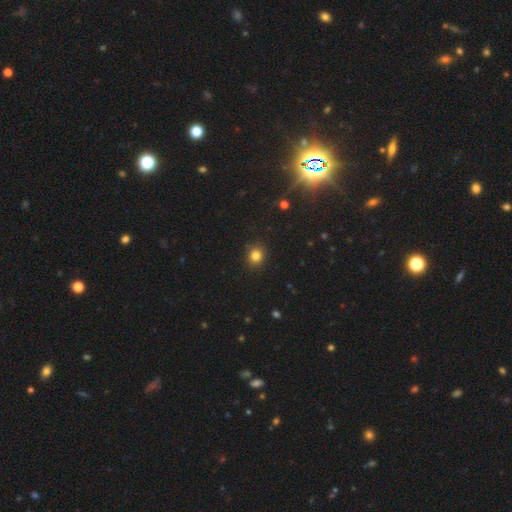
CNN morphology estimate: A smooth galaxy with no disk features (82%) that is round (79%). Merging: none (88%).